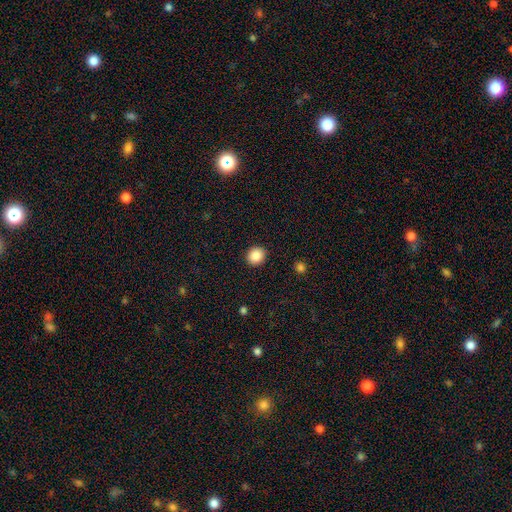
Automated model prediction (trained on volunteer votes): Smooth or featured? smooth (87%)
How rounded? round (86%)
Merging? none (92%)